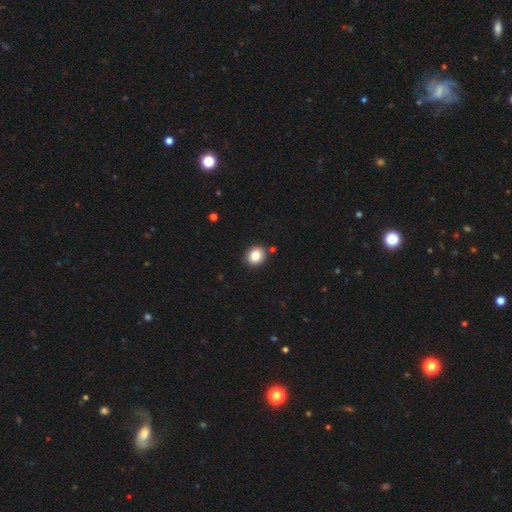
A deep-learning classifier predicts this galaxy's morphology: Q: Smooth or featured?
A: smooth (84%); runner-up: star or artifact (9%)
Q: How rounded?
A: round (73%); runner-up: in between (27%)
Q: Merging?
A: none (87%); runner-up: minor disturbance (8%)